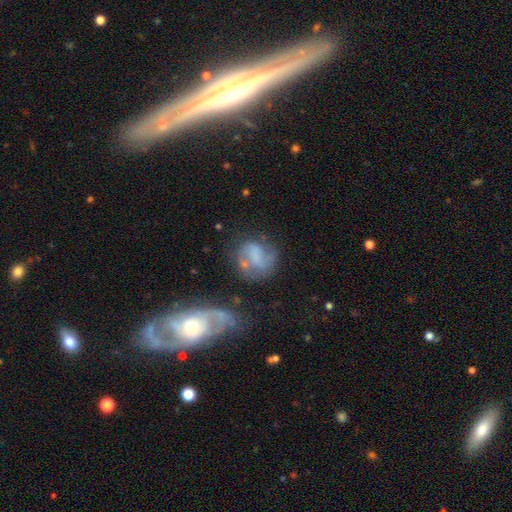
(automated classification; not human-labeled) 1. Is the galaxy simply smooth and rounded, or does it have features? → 62% featured or disk, 29% smooth, 9% star or artifact.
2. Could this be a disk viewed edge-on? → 97% no, 3% yes.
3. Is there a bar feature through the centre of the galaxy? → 44% no, 39% weak, 16% strong.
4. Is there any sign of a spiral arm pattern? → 85% yes, 15% no.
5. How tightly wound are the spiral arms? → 45% medium, 30% loose, 25% tight.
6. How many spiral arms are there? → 73% 2, 11% can't tell, 10% 1, 3% 3, 1% 4, 1% more than 4.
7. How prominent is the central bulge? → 56% none, 21% small, 14% moderate, 6% large, 2% dominant.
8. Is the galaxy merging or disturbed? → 52% none, 21% minor disturbance, 16% major disturbance, 10% merger.